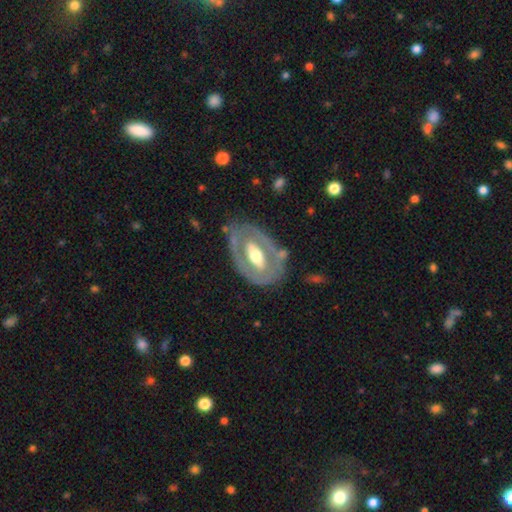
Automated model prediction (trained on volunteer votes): Smooth or featured?
  - featured or disk: 69% *
  - smooth: 26%
  - star or artifact: 5%
Edge-on disk?
  - no: 91% *
  - yes: 9%
Bar?
  - no: 40% *
  - strong: 32%
  - weak: 28%
Spiral arms?
  - no: 74% *
  - yes: 26%
Bulge size?
  - moderate: 66% *
  - large: 21%
  - small: 10%
  - dominant: 2%
  - none: 1%
Merging?
  - none: 68% *
  - minor disturbance: 19%
  - major disturbance: 10%
  - merger: 4%